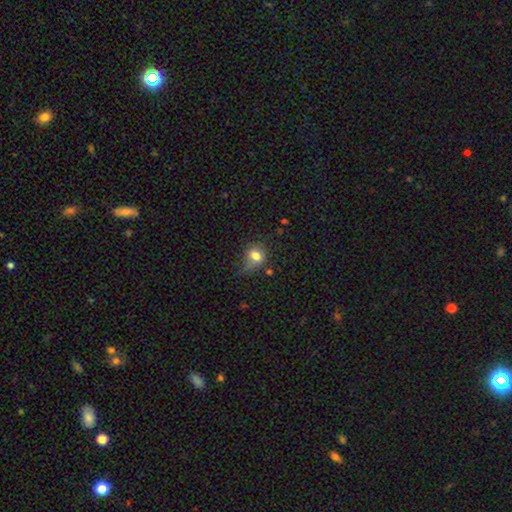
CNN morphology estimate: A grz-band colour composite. It shows a smooth galaxy with no disk features (75%) that is round (51%). Merging: none (43%).